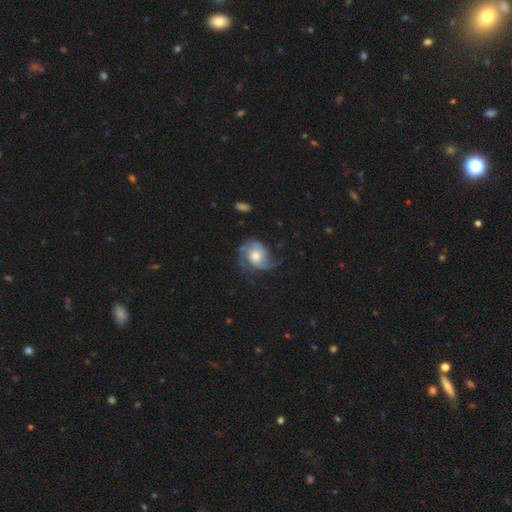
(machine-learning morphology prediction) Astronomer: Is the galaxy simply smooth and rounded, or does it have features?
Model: featured or disk — 81%.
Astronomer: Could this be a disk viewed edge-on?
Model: no — 98%.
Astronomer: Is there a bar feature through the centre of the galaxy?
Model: no — 74%.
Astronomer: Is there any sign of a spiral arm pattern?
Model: yes — 94%.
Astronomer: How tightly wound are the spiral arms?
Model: medium — 40%, tied with tight at 40%.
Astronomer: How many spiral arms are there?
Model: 2 — 51%.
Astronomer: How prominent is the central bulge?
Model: moderate — 62%.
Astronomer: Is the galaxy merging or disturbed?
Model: none — 55%.